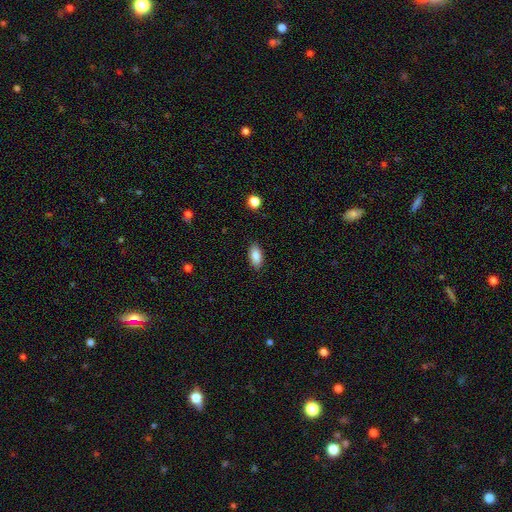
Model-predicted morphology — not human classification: Q: Smooth or featured?
A: smooth (86%); runner-up: star or artifact (7%)
Q: How rounded?
A: in between (91%); runner-up: cigar-shaped (6%)
Q: Merging?
A: none (88%); runner-up: minor disturbance (9%)